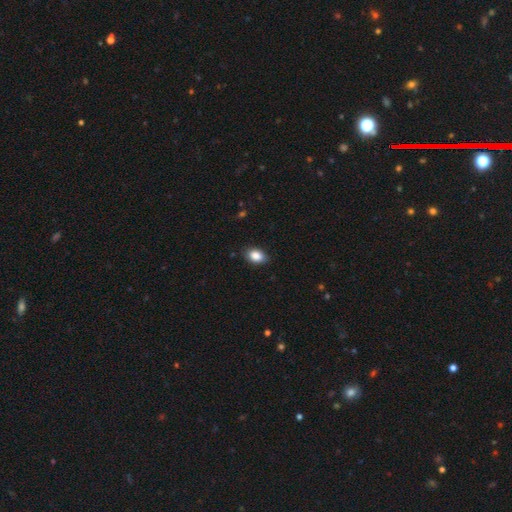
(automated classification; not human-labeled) smooth-or-featured: smooth: 87% | star or artifact: 8% | featured or disk: 5%
  how-rounded: in between: 83% | round: 15% | cigar-shaped: 1%
  merging: none: 85% | minor disturbance: 12% | major disturbance: 2% | merger: 1%